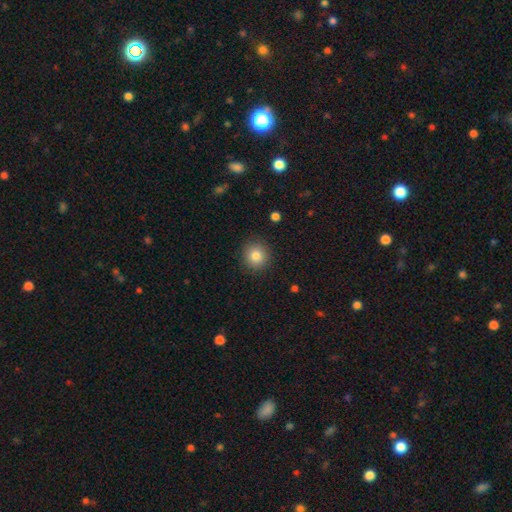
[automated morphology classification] Smooth or featured? smooth (83%)
How rounded? round (92%)
Merging? none (90%)